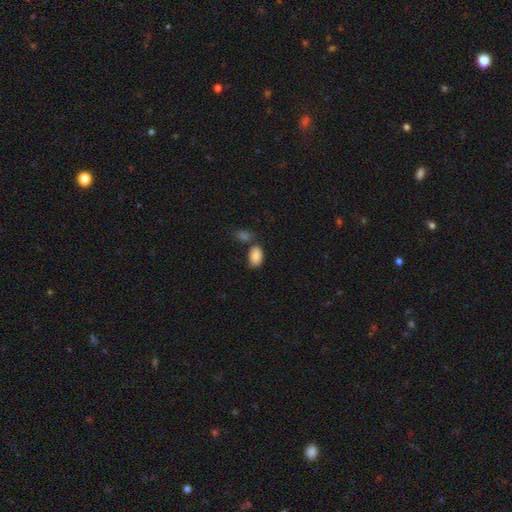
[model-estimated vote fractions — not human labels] Smooth or featured?
  - smooth: 87% *
  - star or artifact: 7%
  - featured or disk: 6%
How rounded?
  - in between: 92% *
  - round: 7%
  - cigar-shaped: 1%
Merging?
  - none: 62% *
  - merger: 19%
  - minor disturbance: 15%
  - major disturbance: 4%